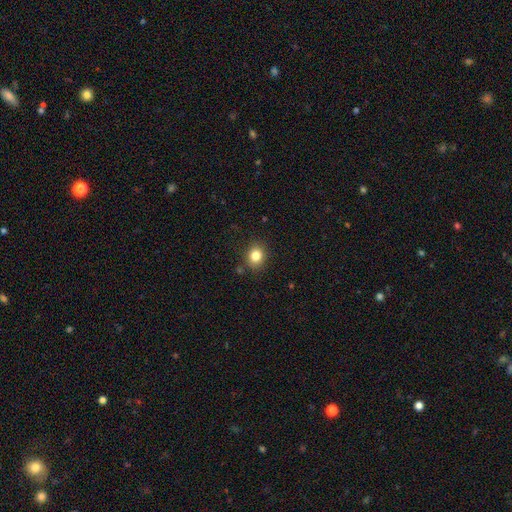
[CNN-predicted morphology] Smooth or featured: smooth — 83% (star or artifact — 11%)
How rounded: round — 68% (in between — 31%)
Merging: none — 86% (minor disturbance — 9%)